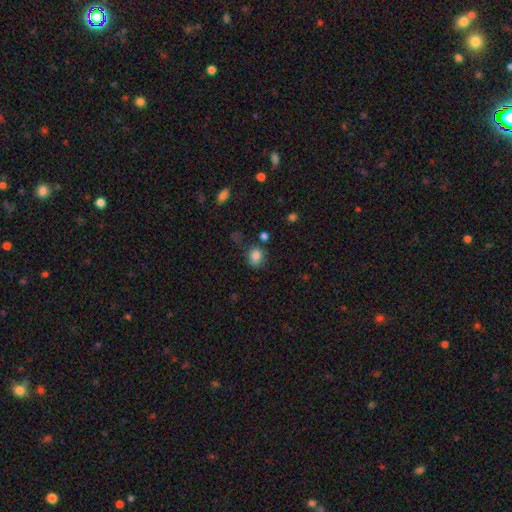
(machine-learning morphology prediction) Smooth or featured?
  - smooth: 83% *
  - star or artifact: 12%
  - featured or disk: 5%
How rounded?
  - round: 65% *
  - in between: 34%
  - cigar-shaped: 1%
Merging?
  - none: 67% *
  - minor disturbance: 20%
  - major disturbance: 7%
  - merger: 6%